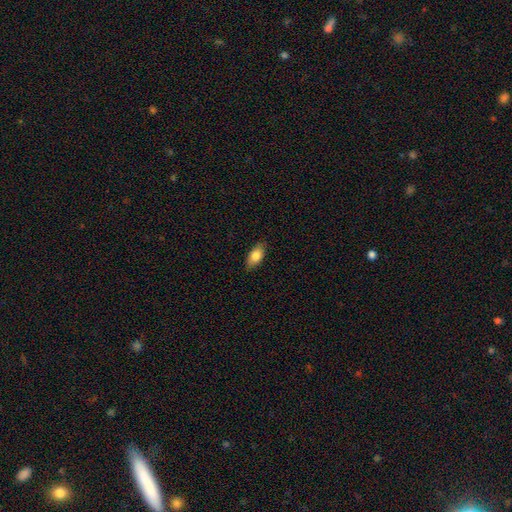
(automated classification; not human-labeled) smooth_or_featured: smooth (p=0.83) [alt: featured or disk p=0.10]
how_rounded: in between (p=0.90) [alt: cigar-shaped p=0.07]
merging: none (p=0.86) [alt: minor disturbance p=0.11]